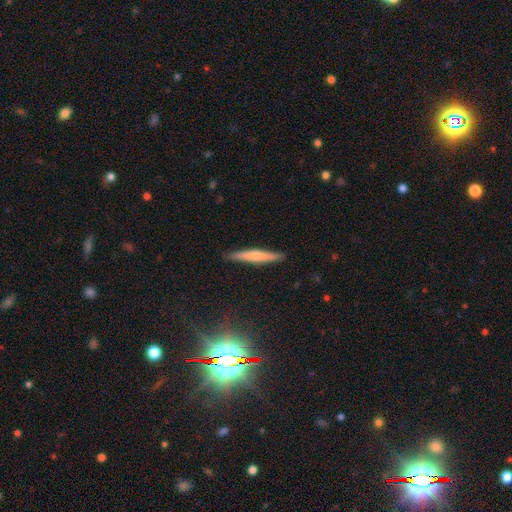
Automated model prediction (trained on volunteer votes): smooth 55%, featured or disk 39%, star or artifact 6%. Down the decision tree: how rounded — cigar-shaped (94%); merging — none (90%).